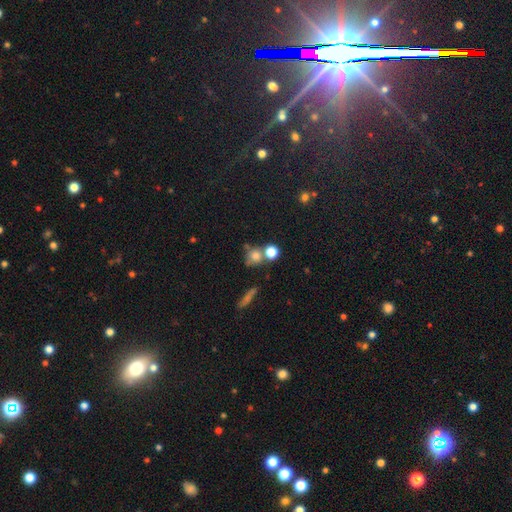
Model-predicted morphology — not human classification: smooth-or-featured: smooth: 73% | star or artifact: 15% | featured or disk: 11%
  how-rounded: round: 81% | in between: 17% | cigar-shaped: 3%
  merging: none: 54% | merger: 31% | minor disturbance: 11% | major disturbance: 5%